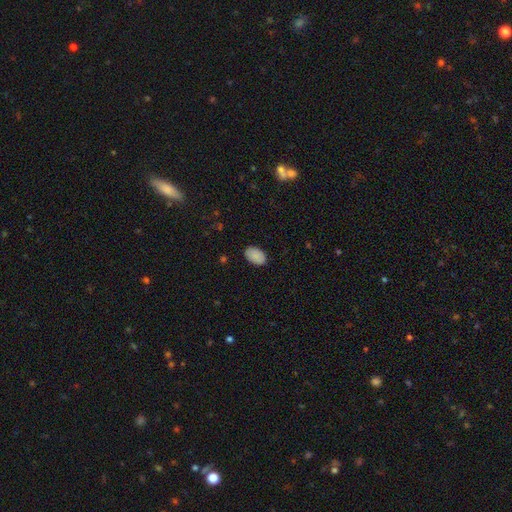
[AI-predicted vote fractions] The model was most divided on "merging": none: 87%, minor disturbance: 10%, major disturbance: 2%, merger: 1%. More confident: how rounded — in between (90%); smooth or featured — smooth (88%).